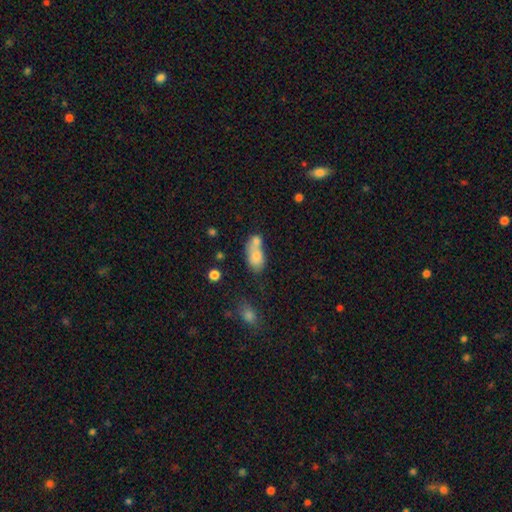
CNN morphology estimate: This is likely a smooth galaxy (74%). How rounded: clearly in between (82%). Merging: likely merger (61%).